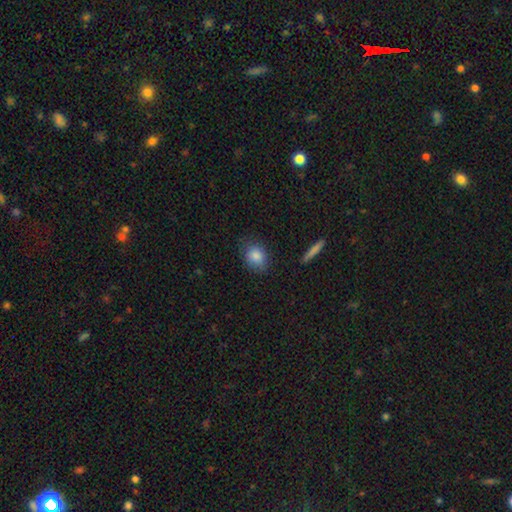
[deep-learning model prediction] smooth-or-featured: smooth: 85% | star or artifact: 8% | featured or disk: 7%
  how-rounded: round: 51% | in between: 47% | cigar-shaped: 2%
  merging: none: 77% | minor disturbance: 17% | major disturbance: 4% | merger: 2%